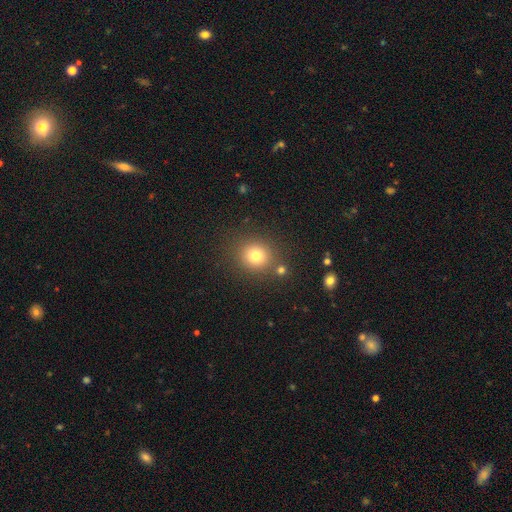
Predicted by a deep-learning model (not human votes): Smooth or featured?
  - smooth: 77% *
  - star or artifact: 15%
  - featured or disk: 8%
How rounded?
  - round: 85% *
  - in between: 14%
  - cigar-shaped: 1%
Merging?
  - none: 80% *
  - minor disturbance: 9%
  - merger: 8%
  - major disturbance: 4%